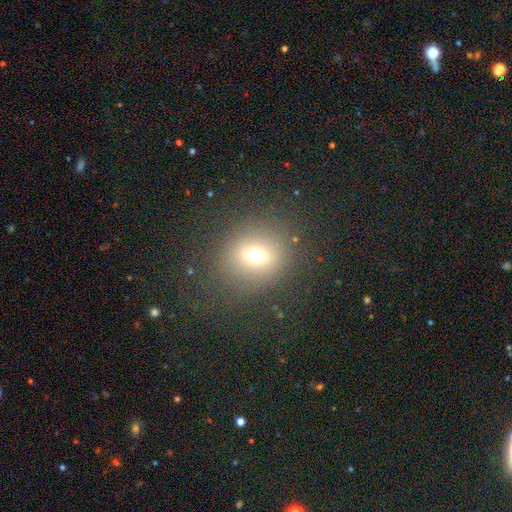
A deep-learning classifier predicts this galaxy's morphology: smooth_or_featured: smooth (p=0.67) [alt: star or artifact p=0.19]
how_rounded: round (p=0.76) [alt: in between p=0.23]
merging: none (p=0.81) [alt: minor disturbance p=0.10]